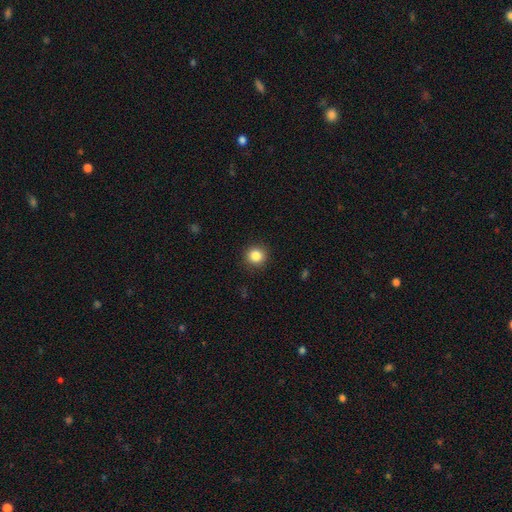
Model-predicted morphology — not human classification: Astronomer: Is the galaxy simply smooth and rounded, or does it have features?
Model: smooth — 85%.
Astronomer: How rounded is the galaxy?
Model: round — 92%.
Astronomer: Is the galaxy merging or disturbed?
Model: none — 91%.